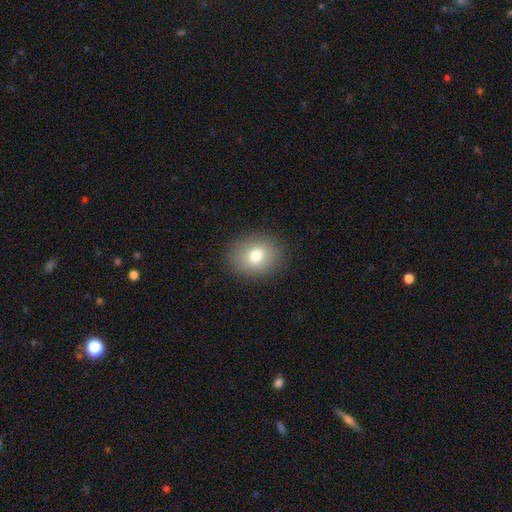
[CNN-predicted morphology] Overall: smooth (78%). How rounded: round (60%; in between 39%). Merging: none (88%).